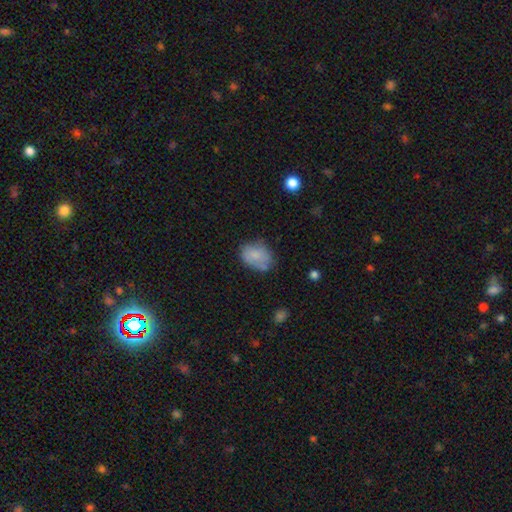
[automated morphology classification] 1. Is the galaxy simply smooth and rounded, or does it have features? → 75% smooth, 16% featured or disk, 8% star or artifact.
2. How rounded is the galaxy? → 67% in between, 32% round, 1% cigar-shaped.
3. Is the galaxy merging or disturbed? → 52% none, 32% minor disturbance, 11% major disturbance, 6% merger.